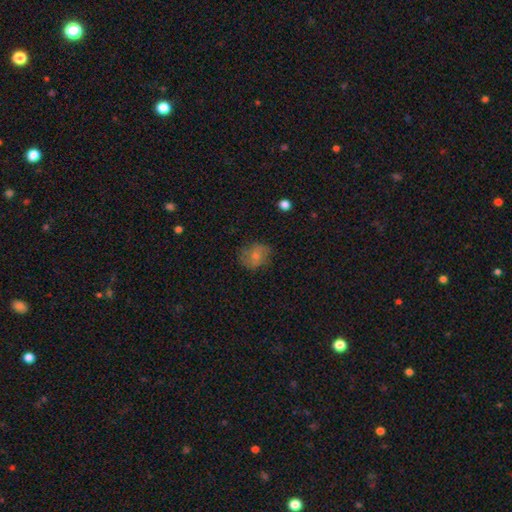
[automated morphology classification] type=smooth (68%); roundness=round (58%); merging=none (68%).